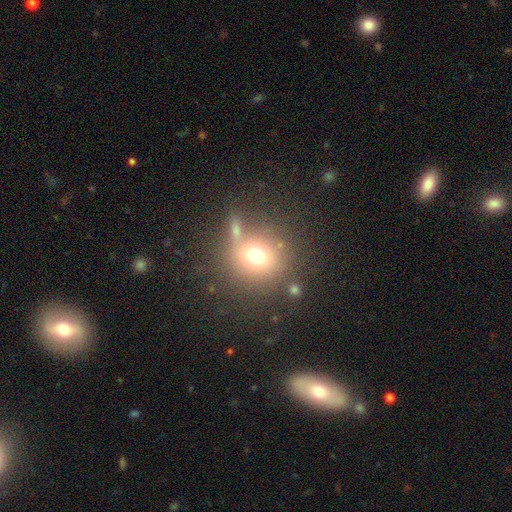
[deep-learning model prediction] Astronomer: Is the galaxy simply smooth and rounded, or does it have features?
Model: smooth — 72%.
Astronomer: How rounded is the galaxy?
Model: round — 87%.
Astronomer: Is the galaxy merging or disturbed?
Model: none — 69%.